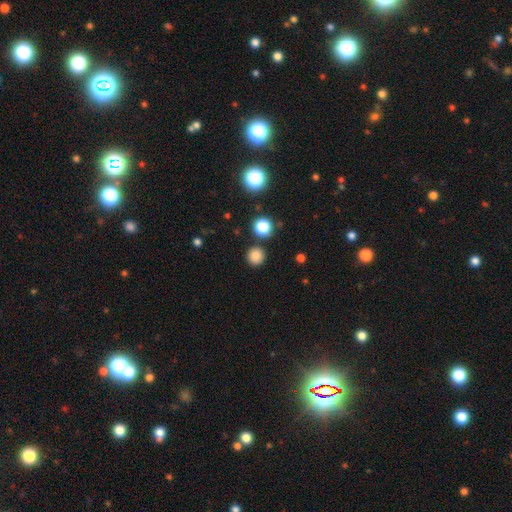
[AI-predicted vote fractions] Overall: smooth (82%). How rounded: round (94%). Merging: none (88%).